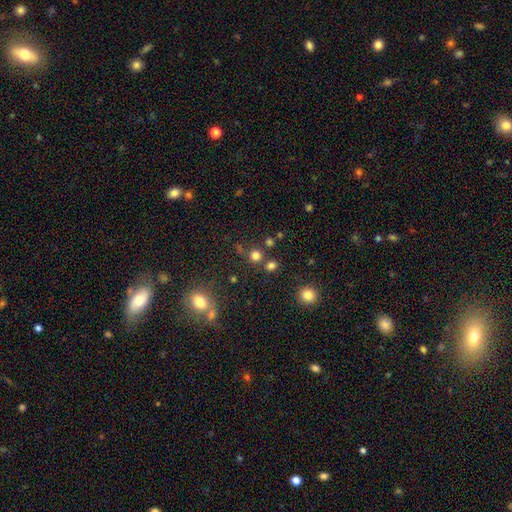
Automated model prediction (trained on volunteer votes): A smooth galaxy with no disk features (75%) that is round (91%). Merging: none (75%).